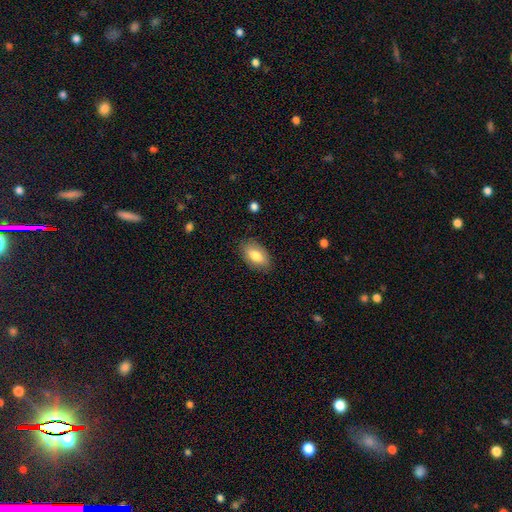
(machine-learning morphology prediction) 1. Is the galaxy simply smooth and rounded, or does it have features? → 79% smooth, 15% featured or disk, 6% star or artifact.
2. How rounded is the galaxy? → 93% in between, 5% round, 3% cigar-shaped.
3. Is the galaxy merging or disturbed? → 83% none, 13% minor disturbance, 3% major disturbance, 1% merger.